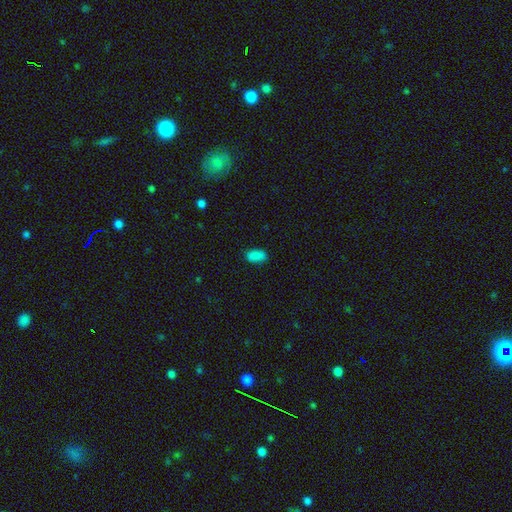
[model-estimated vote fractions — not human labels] Smooth or featured? Predicted: smooth (p=0.86). How rounded? Predicted: in between (p=0.92). Merging? Predicted: none (p=0.81).